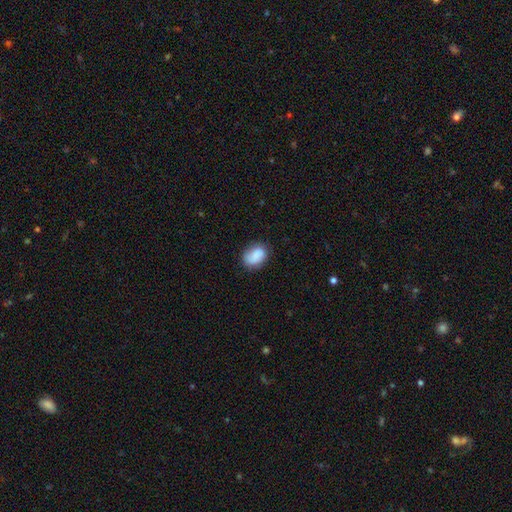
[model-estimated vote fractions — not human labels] Smooth or featured? smooth (78%)
How rounded? in between (74%)
Merging? none (73%)